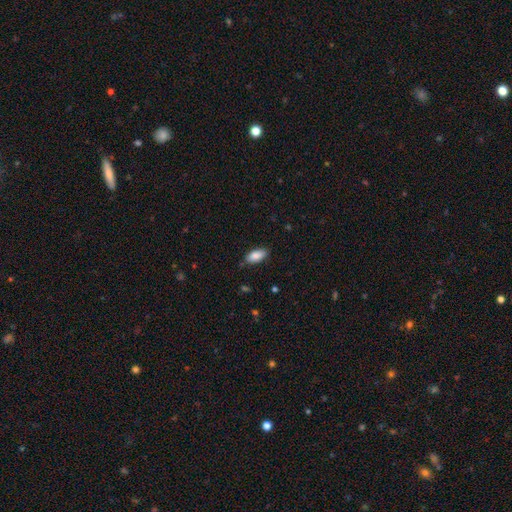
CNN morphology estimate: type=smooth (87%); roundness=in between (90%); merging=none (81%).